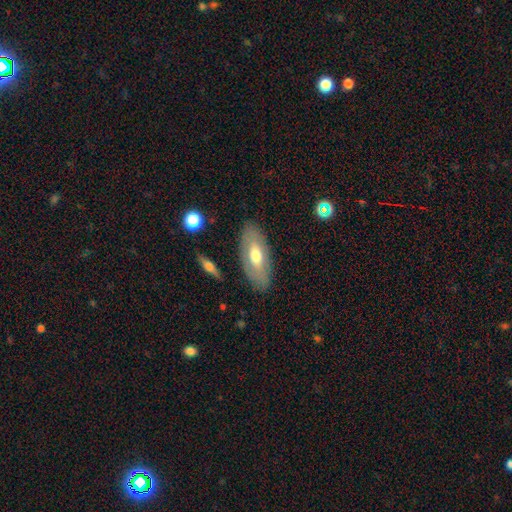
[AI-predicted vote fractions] A smooth galaxy with no disk features (53%) that is in between round and cigar-shaped (85%). Merging: none (83%).